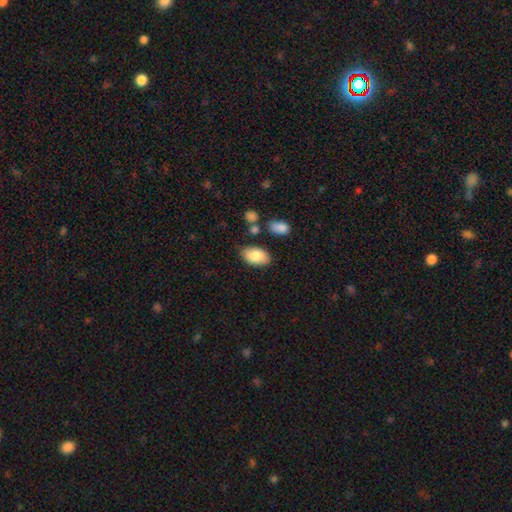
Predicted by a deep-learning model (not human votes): The model was most divided on "merging": none: 79%, minor disturbance: 13%, merger: 5%, major disturbance: 3%. More confident: how rounded — in between (94%); smooth or featured — smooth (84%).